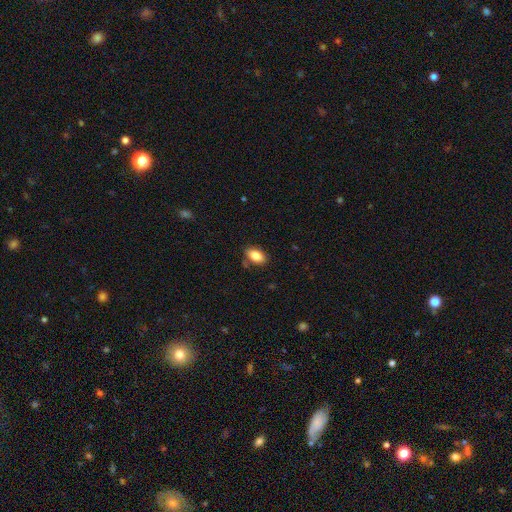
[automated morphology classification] A smooth galaxy with no disk features (85%) that is in between round and cigar-shaped (92%). Merging: none (81%).